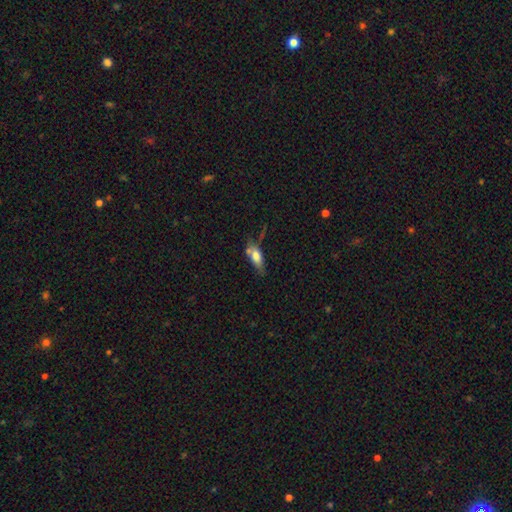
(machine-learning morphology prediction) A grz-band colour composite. It shows a smooth galaxy with no disk features (65%) that is in between round and cigar-shaped (71%). Merging: none (46%).